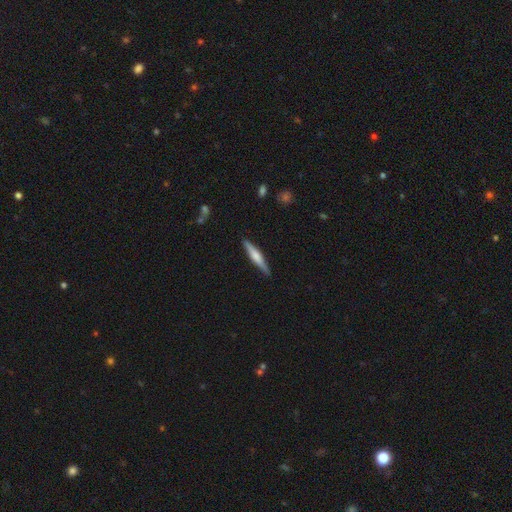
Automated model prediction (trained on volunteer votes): Smooth or featured? Predicted: featured or disk (p=0.53). Edge-on disk? Predicted: yes (p=0.97). Edge-on bulge? Predicted: rounded (p=0.66). Merging? Predicted: none (p=0.89).